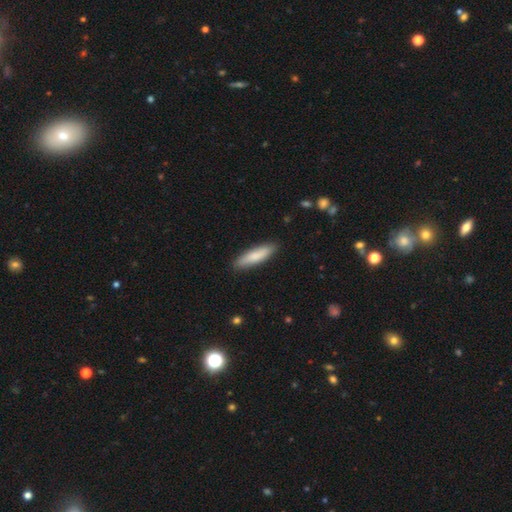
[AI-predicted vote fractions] This is clearly a smooth galaxy (83%). How rounded: likely cigar-shaped (72%). Merging: clearly none (88%).